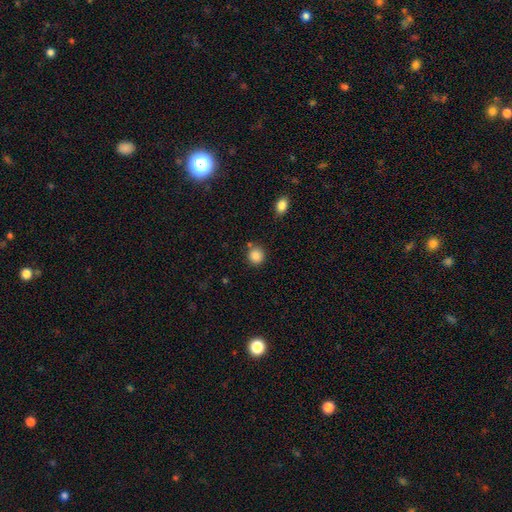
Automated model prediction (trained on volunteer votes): Smooth or featured: smooth — 87% (star or artifact — 10%)
How rounded: round — 89% (in between — 10%)
Merging: none — 78% (minor disturbance — 11%)